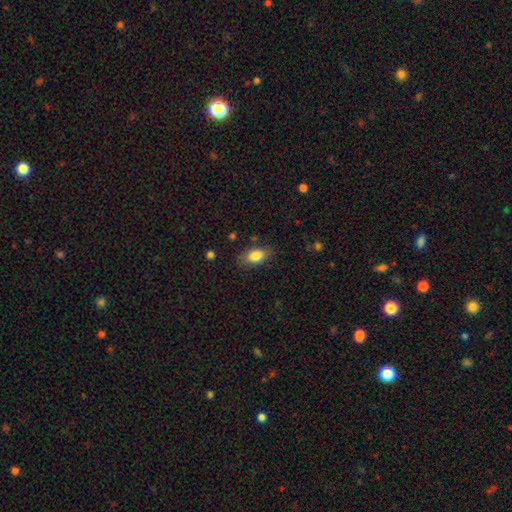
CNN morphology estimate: Overall: smooth (82%). How rounded: in between (86%). Merging: none (80%).